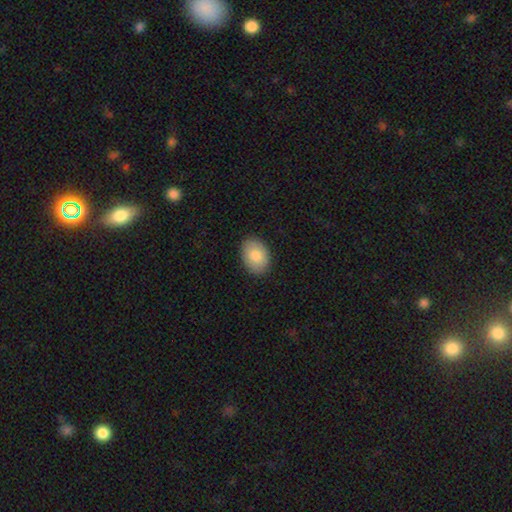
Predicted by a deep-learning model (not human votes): Smooth or featured?
  - smooth: 82% *
  - featured or disk: 12%
  - star or artifact: 7%
How rounded?
  - in between: 78% *
  - round: 21%
  - cigar-shaped: 1%
Merging?
  - none: 88% *
  - minor disturbance: 9%
  - major disturbance: 2%
  - merger: 1%